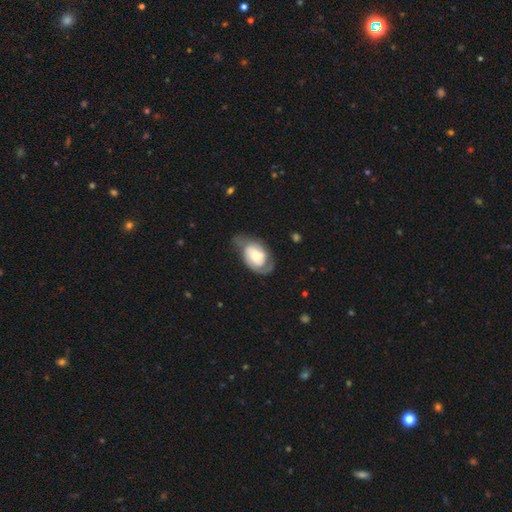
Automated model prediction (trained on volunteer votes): Overall: featured or disk (69%). Edge-on disk: no (96%). Bar: no (54%; weak 35%). Spiral arms: yes (83%). Spiral arm count: 2 (54%; 1 20%). Spiral winding: tight (48%; medium 36%). Bulge size: moderate (54%; small 29%). Merging: none (46%; minor disturbance 29%).